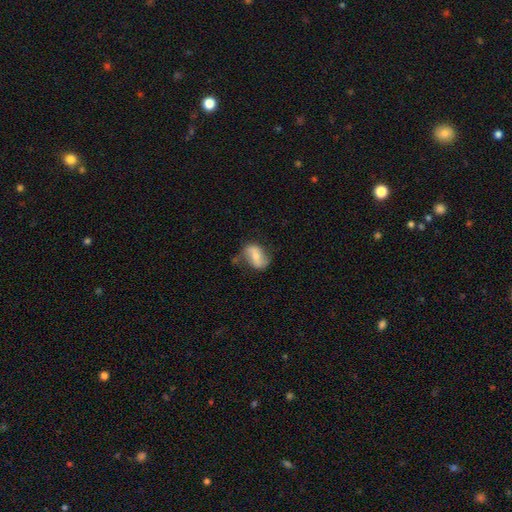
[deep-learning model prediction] Smooth or featured? featured or disk (54%)
Edge-on disk? no (95%)
Bar? weak (36%)
Spiral arms? yes (80%)
Bulge size? moderate (46%)
Merging? none (60%)